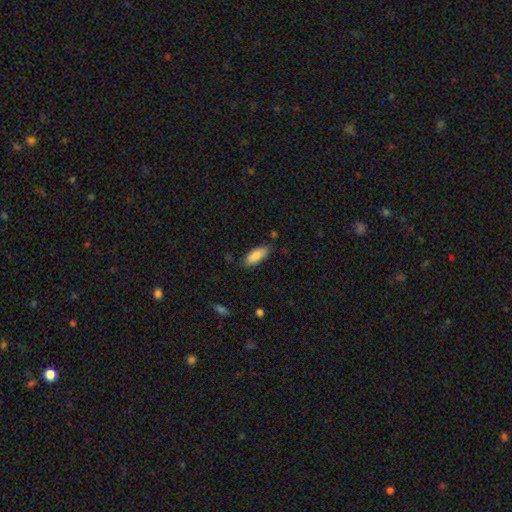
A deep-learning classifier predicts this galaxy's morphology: A smooth galaxy with no disk features (87%) that is in between round and cigar-shaped (82%).

Vote fractions:
- Smooth or featured? smooth: 87% / featured or disk: 7% / star or artifact: 6%
- How rounded? in between: 82% / cigar-shaped: 16% / round: 2%
- Merging? none: 77% / minor disturbance: 18% / major disturbance: 3% / merger: 2%